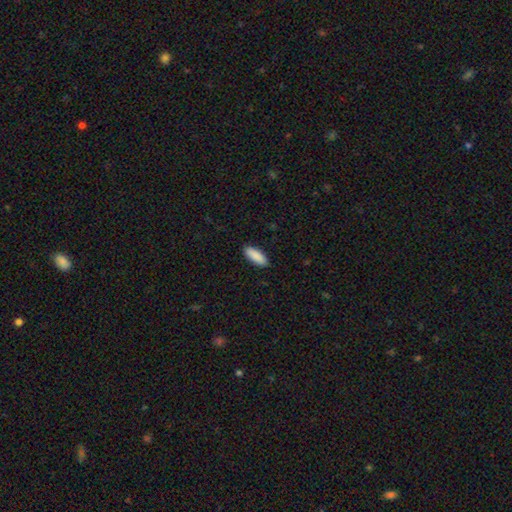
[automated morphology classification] A smooth galaxy with no disk features (90%) that is in between round and cigar-shaped (72%).

Vote fractions:
- Smooth or featured? smooth: 90% / star or artifact: 6% / featured or disk: 4%
- How rounded? in between: 72% / cigar-shaped: 27% / round: 2%
- Merging? none: 90% / minor disturbance: 7% / major disturbance: 2% / merger: 1%